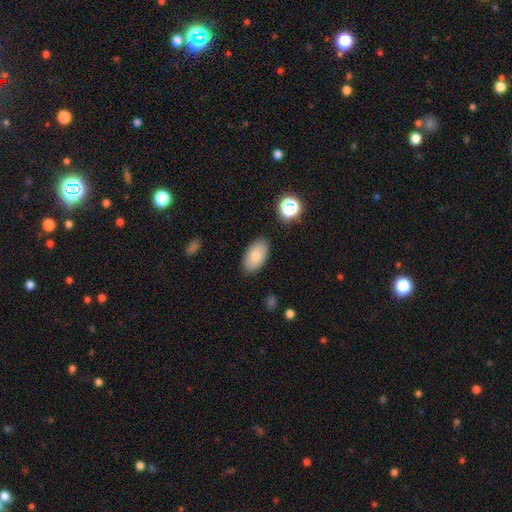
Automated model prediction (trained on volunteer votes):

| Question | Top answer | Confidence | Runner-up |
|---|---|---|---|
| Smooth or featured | smooth | 79% | featured or disk (13%) |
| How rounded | in between | 95% | round (4%) |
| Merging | none | 86% | minor disturbance (10%) |